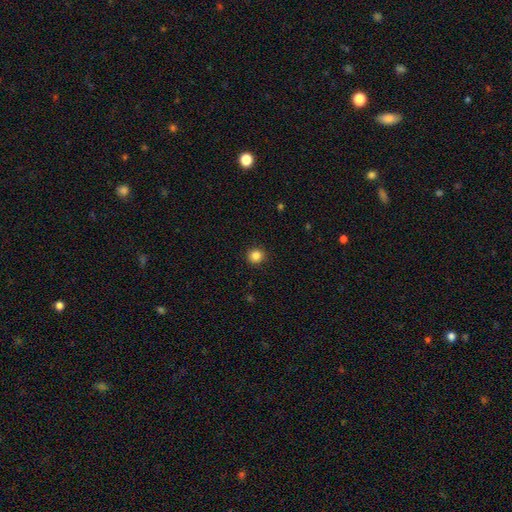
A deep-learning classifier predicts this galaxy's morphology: type=smooth (85%); roundness=round (92%); merging=none (92%).